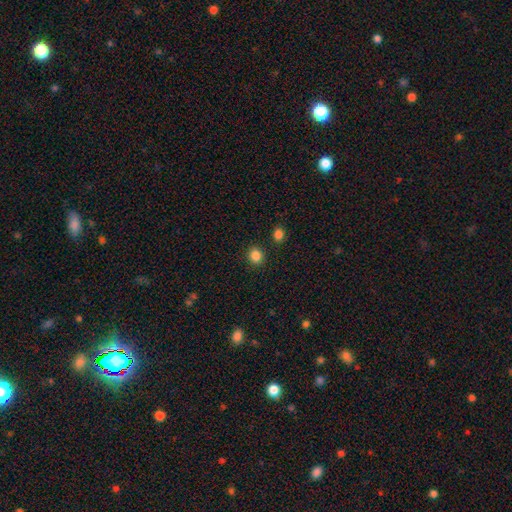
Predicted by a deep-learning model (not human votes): Smooth or featured: smooth — 85% (star or artifact — 11%)
How rounded: round — 74% (in between — 25%)
Merging: none — 88% (minor disturbance — 7%)